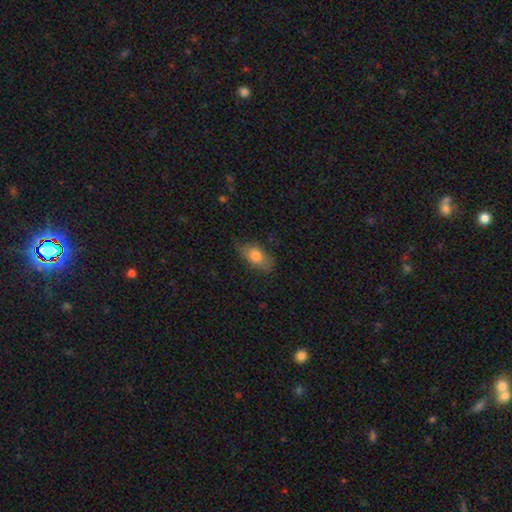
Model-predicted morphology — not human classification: The model was most divided on "merging": none: 72%, minor disturbance: 22%, major disturbance: 5%, merger: 1%. More confident: how rounded — in between (85%); smooth or featured — smooth (77%).